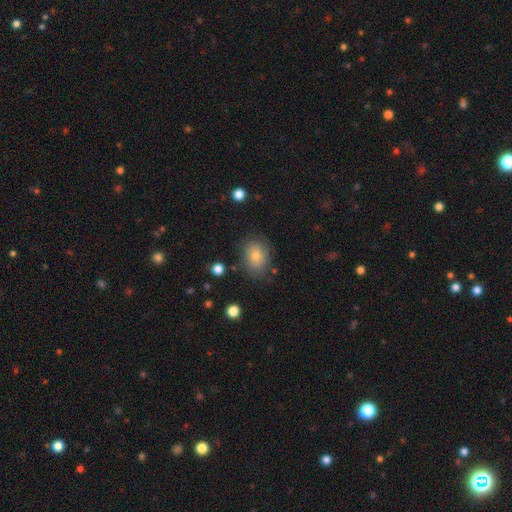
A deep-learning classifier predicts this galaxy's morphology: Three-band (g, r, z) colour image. It shows a smooth galaxy with no disk features (77%) that is in between round and cigar-shaped (58%). Merging: none (75%).